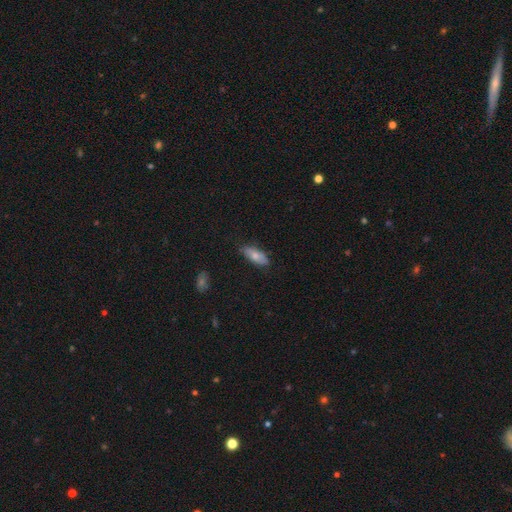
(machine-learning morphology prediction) smooth-or-featured: smooth: 70% | featured or disk: 23% | star or artifact: 6%
  how-rounded: in between: 75% | cigar-shaped: 23% | round: 2%
  merging: none: 77% | minor disturbance: 19% | major disturbance: 3% | merger: 1%